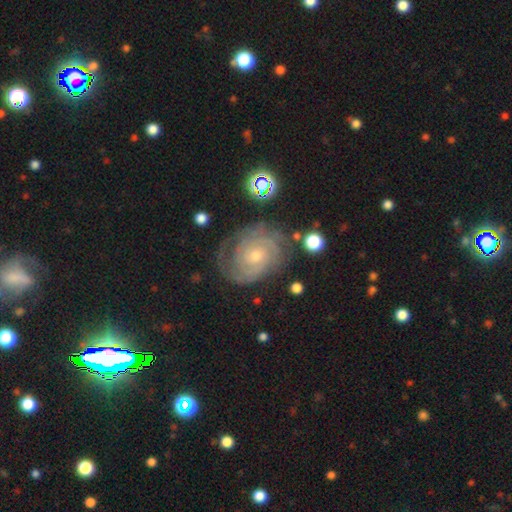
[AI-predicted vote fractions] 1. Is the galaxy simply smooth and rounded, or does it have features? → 86% featured or disk, 7% smooth, 7% star or artifact.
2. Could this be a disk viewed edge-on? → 97% no, 3% yes.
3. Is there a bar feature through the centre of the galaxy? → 76% no, 20% weak, 4% strong.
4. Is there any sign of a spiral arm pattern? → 97% yes, 3% no.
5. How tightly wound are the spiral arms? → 77% tight, 19% medium, 4% loose.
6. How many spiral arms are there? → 30% 2, 27% can't tell, 21% 3, 10% 4, 6% more than 4, 6% 1.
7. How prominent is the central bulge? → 67% small, 29% moderate, 1% none, 1% large, 1% dominant.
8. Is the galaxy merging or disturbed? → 70% none, 19% minor disturbance, 9% major disturbance, 2% merger.